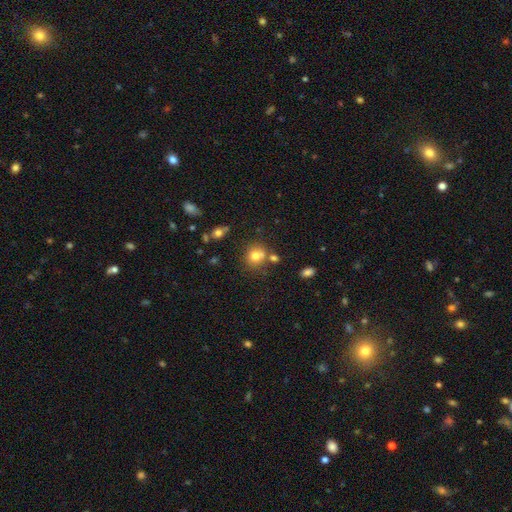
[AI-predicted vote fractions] Smooth or featured: smooth — 75% (star or artifact — 13%)
How rounded: round — 78% (in between — 21%)
Merging: none — 63% (merger — 20%)